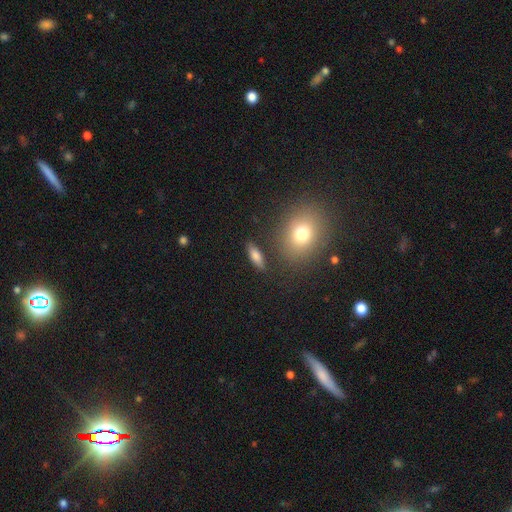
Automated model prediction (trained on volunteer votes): smooth_or_featured: smooth (p=0.78) [alt: featured or disk p=0.14]
how_rounded: in between (p=0.55) [alt: cigar-shaped p=0.39]
merging: none (p=0.84) [alt: minor disturbance p=0.09]